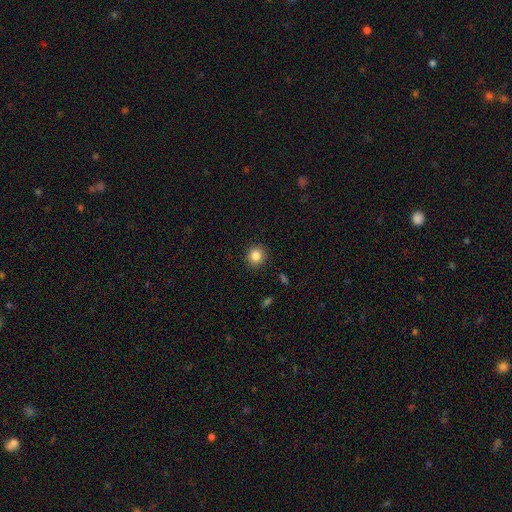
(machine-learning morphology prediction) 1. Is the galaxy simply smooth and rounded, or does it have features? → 84% smooth, 11% star or artifact, 5% featured or disk.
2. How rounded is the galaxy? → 92% round, 7% in between, 1% cigar-shaped.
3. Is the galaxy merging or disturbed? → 91% none, 6% minor disturbance, 2% major disturbance, 1% merger.